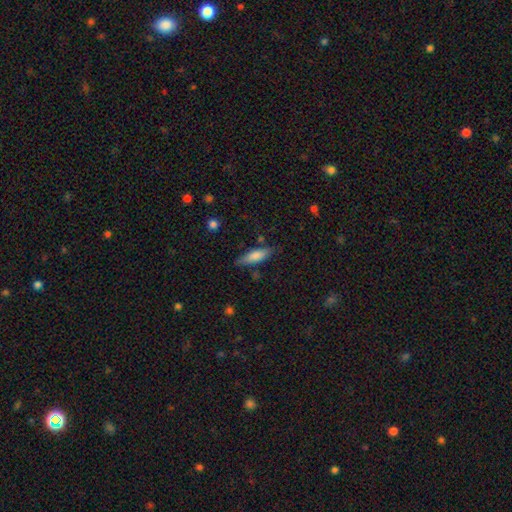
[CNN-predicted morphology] The model was most divided on "how rounded": cigar-shaped: 51%, in between: 47%, round: 2%. More confident: smooth or featured — smooth (76%); merging — none (75%).